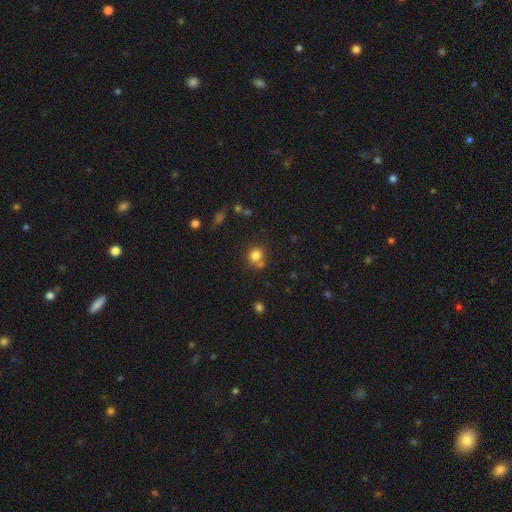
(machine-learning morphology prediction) smooth 80%, star or artifact 13%, featured or disk 7%. Down the decision tree: how rounded — round (78%); merging — none (60%).